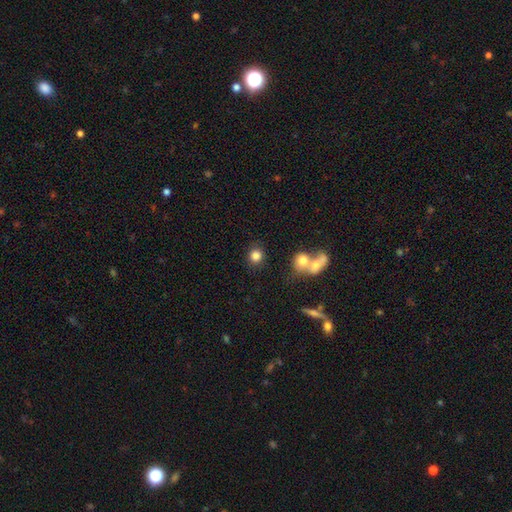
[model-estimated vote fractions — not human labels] This is clearly a smooth galaxy (83%). How rounded: clearly round (86%). Merging: likely none (77%).